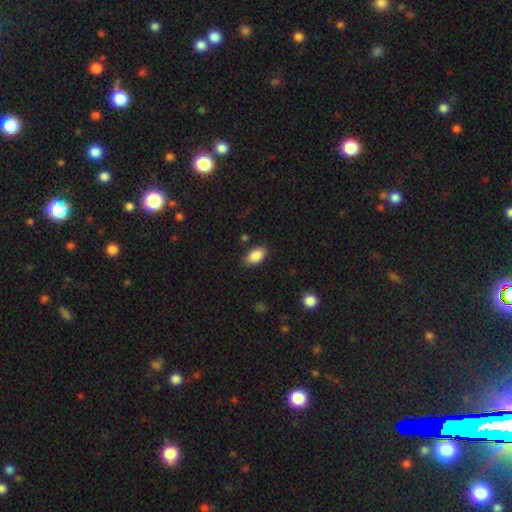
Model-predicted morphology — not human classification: smooth 87%, star or artifact 8%, featured or disk 5%. Down the decision tree: how rounded — in between (91%); merging — none (84%).